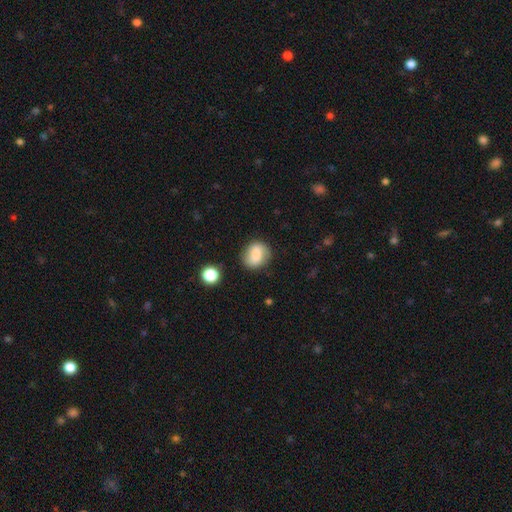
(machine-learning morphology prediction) Smooth or featured? Predicted: smooth (p=0.77). How rounded? Predicted: round (p=0.60). Merging? Predicted: none (p=0.78).